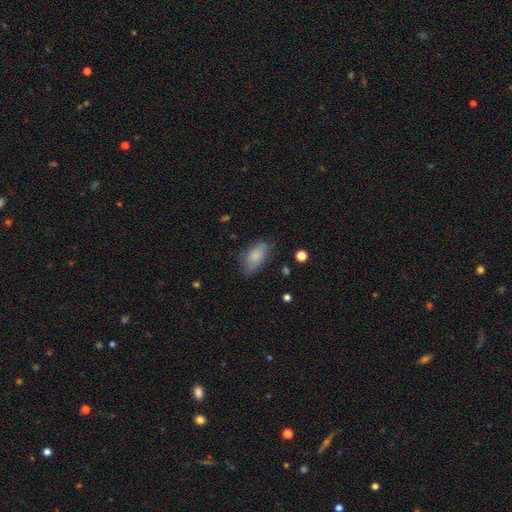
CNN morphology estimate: smooth 78%, featured or disk 14%, star or artifact 7%. Down the decision tree: how rounded — in between (90%); merging — none (63%).